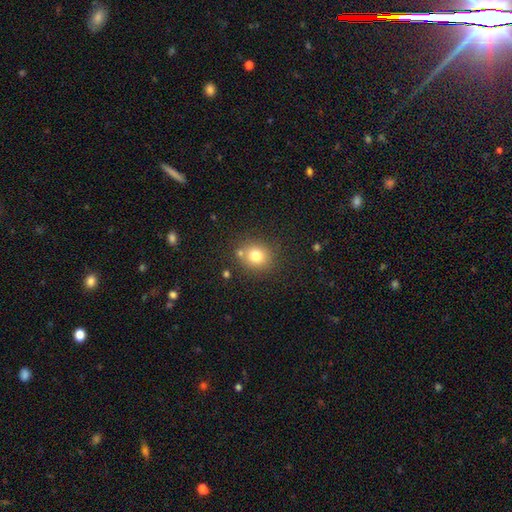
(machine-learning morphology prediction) The model was most divided on "how rounded": round: 81%, in between: 18%, cigar-shaped: 1%. More confident: smooth or featured — smooth (77%); merging — none (75%).